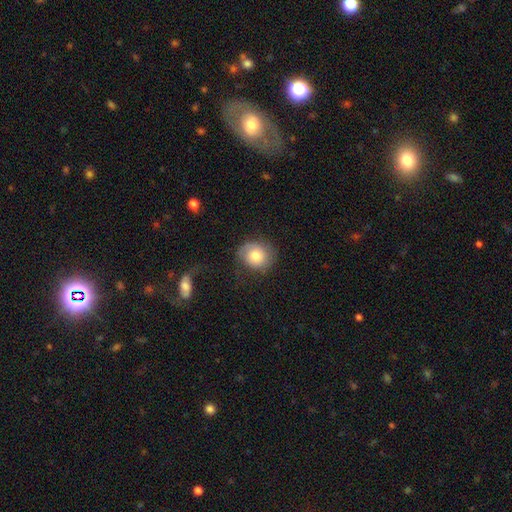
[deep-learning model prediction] smooth-or-featured: smooth: 70% | featured or disk: 22% | star or artifact: 8%
  how-rounded: round: 76% | in between: 23% | cigar-shaped: 1%
  merging: none: 66% | minor disturbance: 21% | major disturbance: 11% | merger: 2%